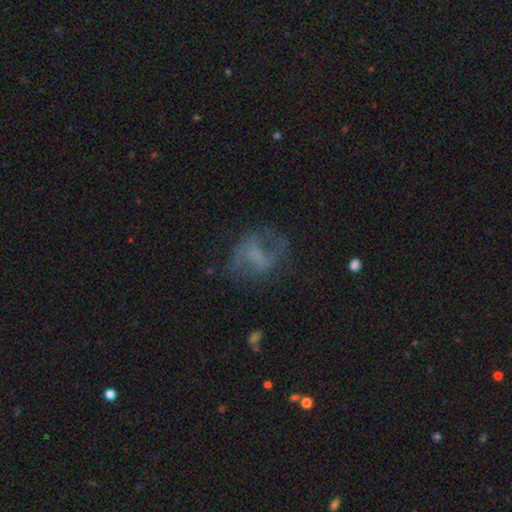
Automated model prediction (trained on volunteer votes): A featured or disk galaxy (59%) with no bar (40%), spiral arms (67%) and no central bulge (57%).

Vote fractions:
- Smooth or featured? featured or disk: 59% / smooth: 27% / star or artifact: 14%
- Edge-on disk? no: 96% / yes: 4%
- Bar? no: 40% / weak: 39% / strong: 21%
- Spiral arms? yes: 67% / no: 33%
- Bulge size? none: 57% / small: 20% / moderate: 15% / large: 6% / dominant: 1%
- Merging? none: 56% / major disturbance: 21% / minor disturbance: 20% / merger: 3%